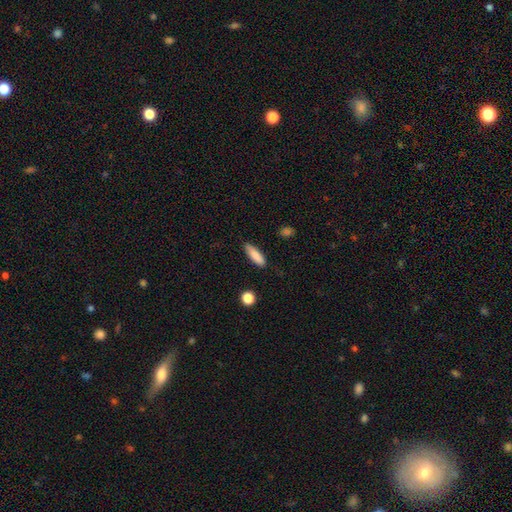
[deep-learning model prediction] Smooth or featured?
  - smooth: 85% *
  - featured or disk: 8%
  - star or artifact: 7%
How rounded?
  - cigar-shaped: 55% *
  - in between: 43%
  - round: 2%
Merging?
  - none: 83% *
  - minor disturbance: 13%
  - major disturbance: 2%
  - merger: 2%